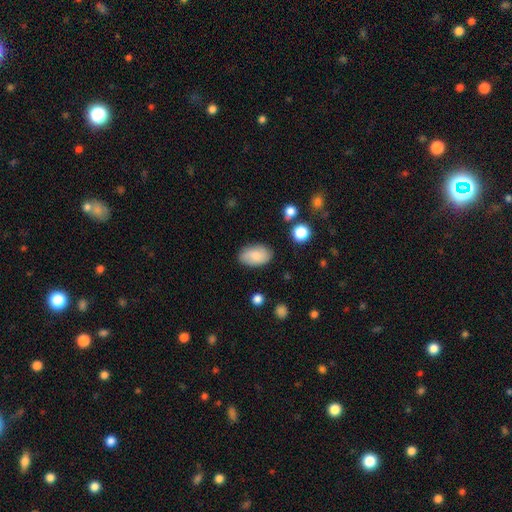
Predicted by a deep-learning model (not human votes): Smooth or featured? smooth (80%)
How rounded? in between (93%)
Merging? none (81%)